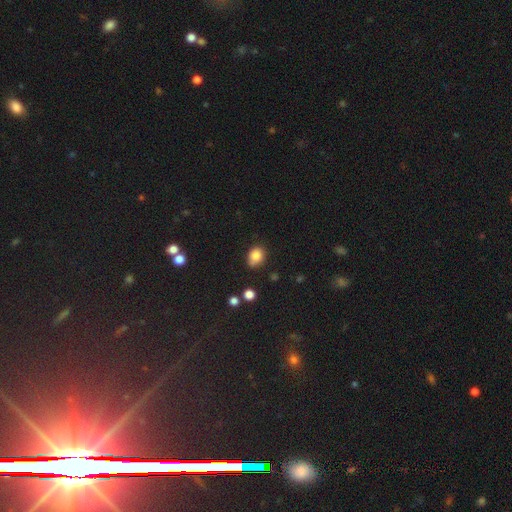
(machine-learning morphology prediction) The model was most divided on "how rounded": in between: 51%, round: 48%, cigar-shaped: 1%. More confident: smooth or featured — smooth (84%); merging — none (66%).